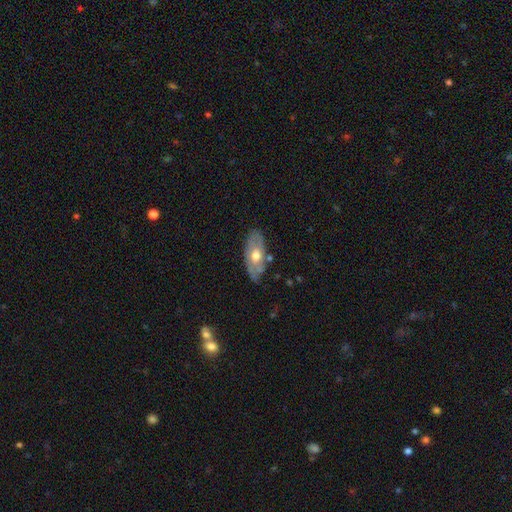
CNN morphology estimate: Q: Smooth or featured?
A: featured or disk (52%); runner-up: smooth (42%)
Q: Edge-on disk?
A: no (80%); runner-up: yes (20%)
Q: Merging?
A: none (65%); runner-up: minor disturbance (24%)